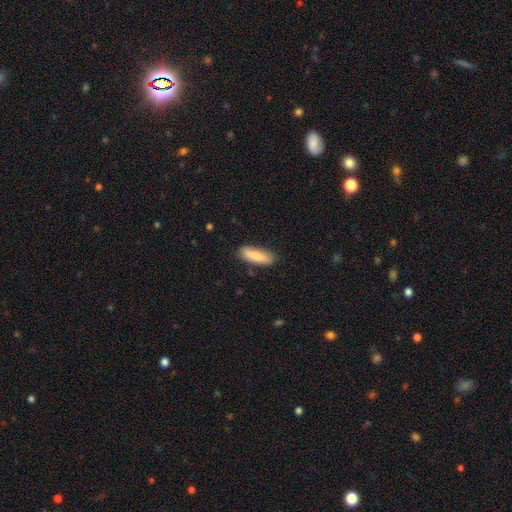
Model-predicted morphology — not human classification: The model was most divided on "how rounded": in between: 60%, cigar-shaped: 38%, round: 2%. More confident: smooth or featured — smooth (82%); merging — none (81%).